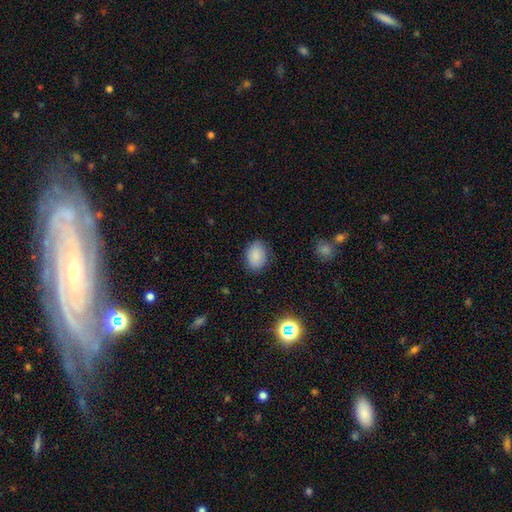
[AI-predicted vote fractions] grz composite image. It shows a smooth galaxy with no disk features (86%) that is in between round and cigar-shaped (75%). Merging: none (83%).